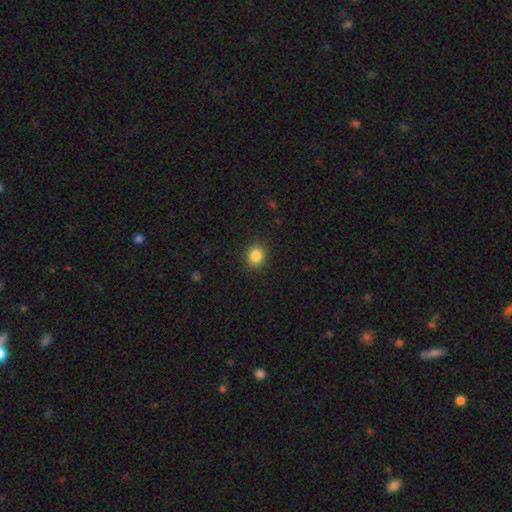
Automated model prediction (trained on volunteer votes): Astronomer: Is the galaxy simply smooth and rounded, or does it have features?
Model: smooth — 85%.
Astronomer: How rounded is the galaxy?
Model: round — 78%.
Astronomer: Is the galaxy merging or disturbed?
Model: none — 90%.